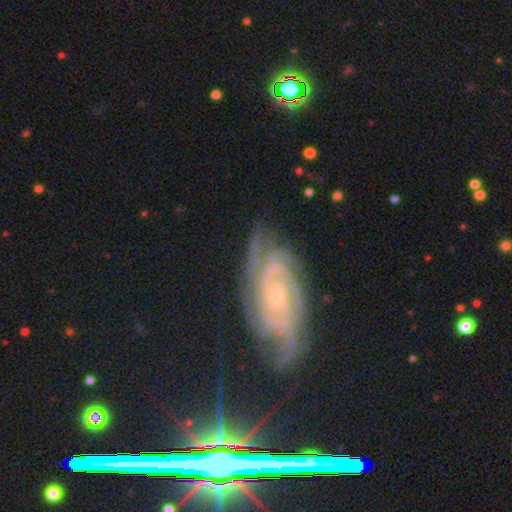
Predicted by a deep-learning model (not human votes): Q: Smooth or featured?
A: featured or disk (82%); runner-up: star or artifact (11%)
Q: Edge-on disk?
A: no (93%); runner-up: yes (7%)
Q: Bar?
A: no (64%); runner-up: weak (28%)
Q: Spiral arms?
A: yes (97%); runner-up: no (3%)
Q: Spiral winding?
A: tight (68%); runner-up: medium (27%)
Q: Spiral arm count?
A: can't tell (28%); runner-up: 2 (23%)
Q: Bulge size?
A: small (74%); runner-up: moderate (19%)
Q: Merging?
A: none (77%); runner-up: minor disturbance (16%)